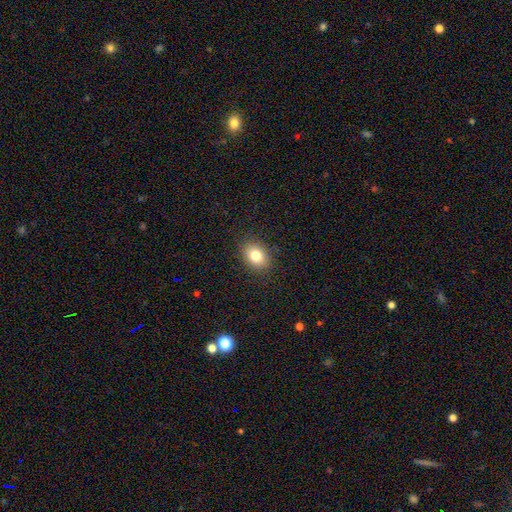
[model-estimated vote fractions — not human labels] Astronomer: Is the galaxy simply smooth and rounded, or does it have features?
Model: smooth — 81%.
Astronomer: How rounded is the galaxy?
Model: in between — 66%.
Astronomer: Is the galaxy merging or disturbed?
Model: none — 88%.